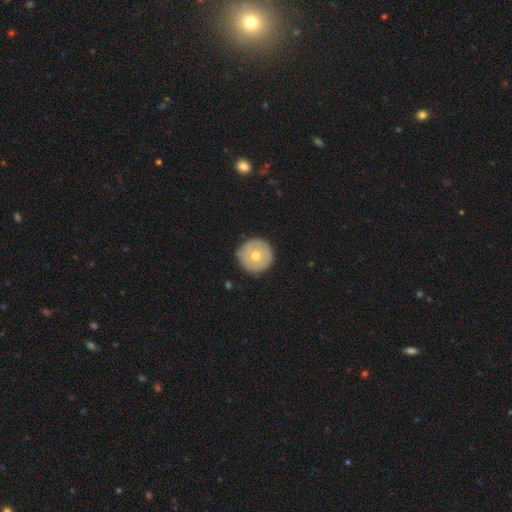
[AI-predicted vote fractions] smooth_or_featured: smooth (p=0.57) [alt: featured or disk p=0.37]
how_rounded: round (p=0.96) [alt: in between p=0.03]
merging: none (p=0.89) [alt: minor disturbance p=0.08]